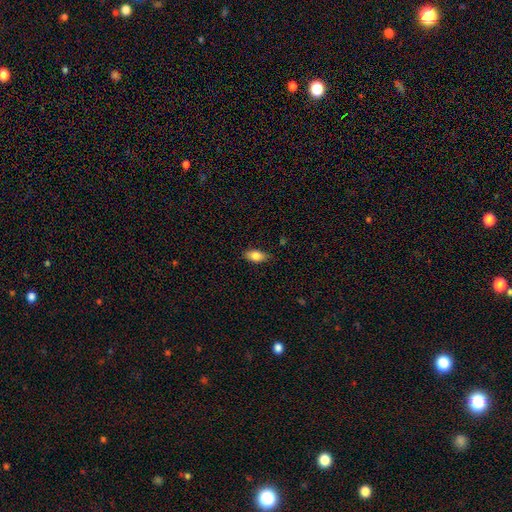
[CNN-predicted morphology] Smooth or featured: smooth — 83% (featured or disk — 10%)
How rounded: in between — 89% (cigar-shaped — 6%)
Merging: none — 81% (minor disturbance — 16%)